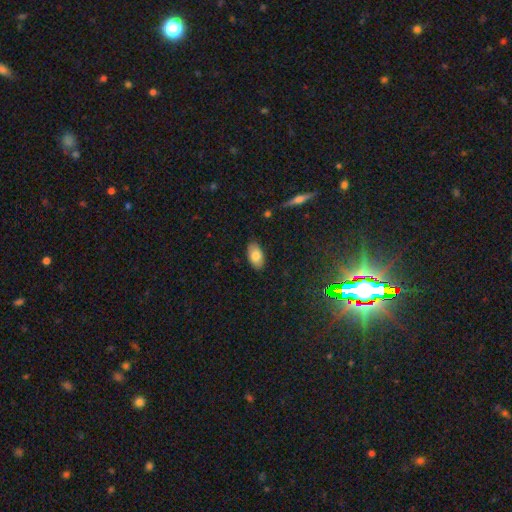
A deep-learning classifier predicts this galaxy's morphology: A smooth galaxy with no disk features (79%) that is in between round and cigar-shaped (94%). Merging: none (87%).